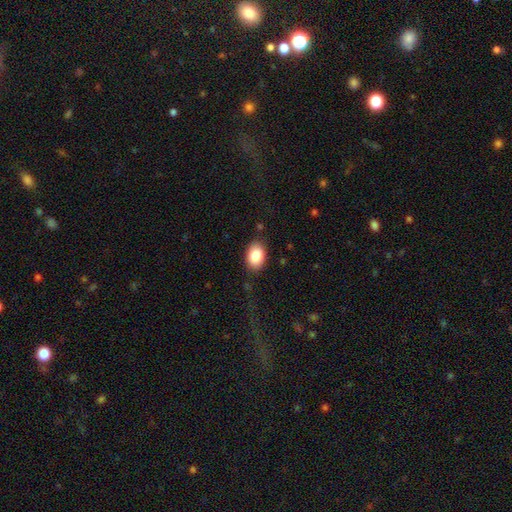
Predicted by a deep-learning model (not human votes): smooth-or-featured: smooth: 87% | star or artifact: 7% | featured or disk: 6%
  how-rounded: in between: 84% | round: 15% | cigar-shaped: 1%
  merging: none: 81% | minor disturbance: 13% | major disturbance: 4% | merger: 2%